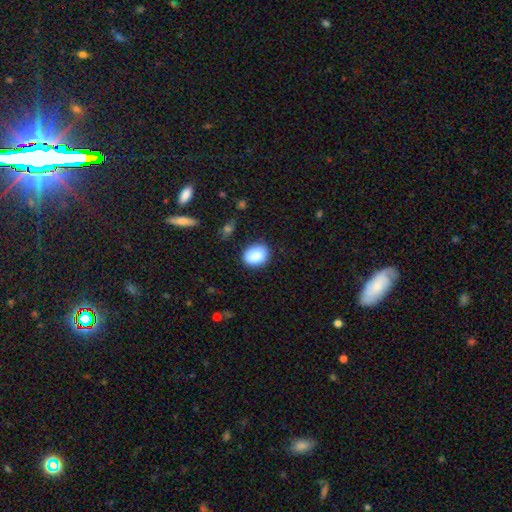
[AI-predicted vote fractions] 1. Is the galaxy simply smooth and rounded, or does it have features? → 86% smooth, 8% star or artifact, 6% featured or disk.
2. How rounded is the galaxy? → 60% in between, 39% round, 1% cigar-shaped.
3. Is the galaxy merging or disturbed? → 80% none, 15% minor disturbance, 3% major disturbance, 2% merger.